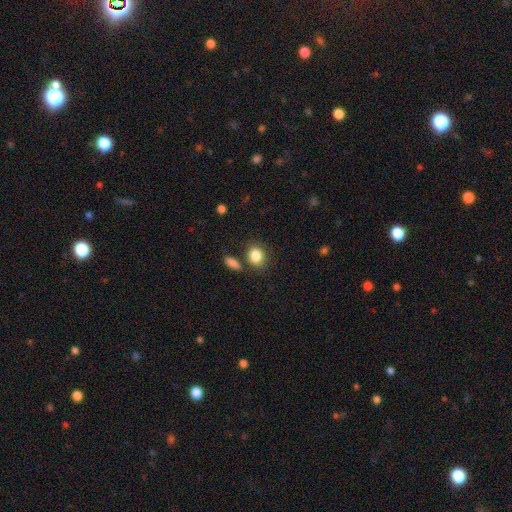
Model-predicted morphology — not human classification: Overall: smooth (86%). How rounded: in between (53%; round 45%). Merging: none (74%).